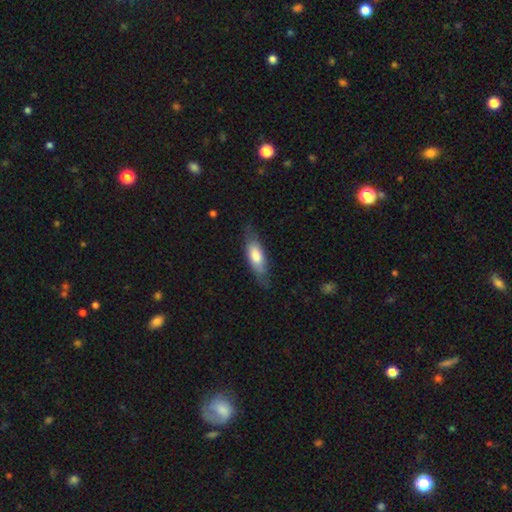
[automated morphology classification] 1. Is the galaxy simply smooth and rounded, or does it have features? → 66% smooth, 29% featured or disk, 6% star or artifact.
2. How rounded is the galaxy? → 62% in between, 36% cigar-shaped, 2% round.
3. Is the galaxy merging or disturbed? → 70% none, 22% minor disturbance, 6% major disturbance, 1% merger.